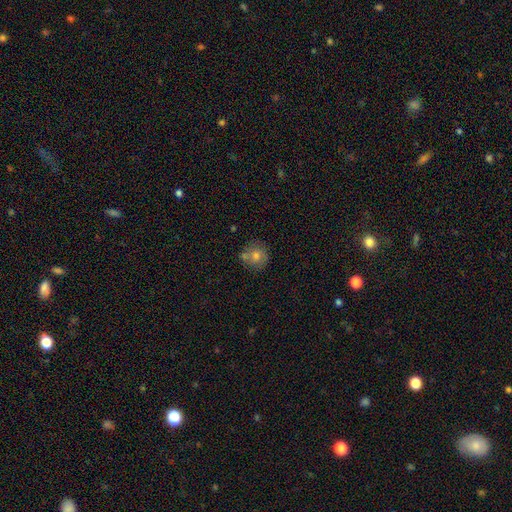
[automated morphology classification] type=smooth (60%); roundness=round (91%); merging=none (72%).